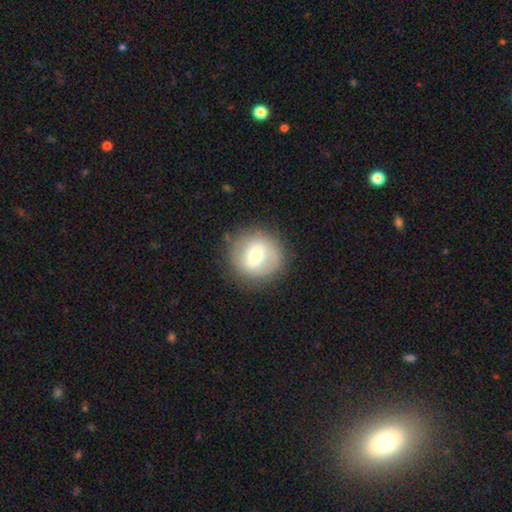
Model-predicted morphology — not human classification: Smooth or featured: smooth — 50% (featured or disk — 42%)
How rounded: round — 91% (in between — 8%)
Merging: none — 85% (minor disturbance — 10%)